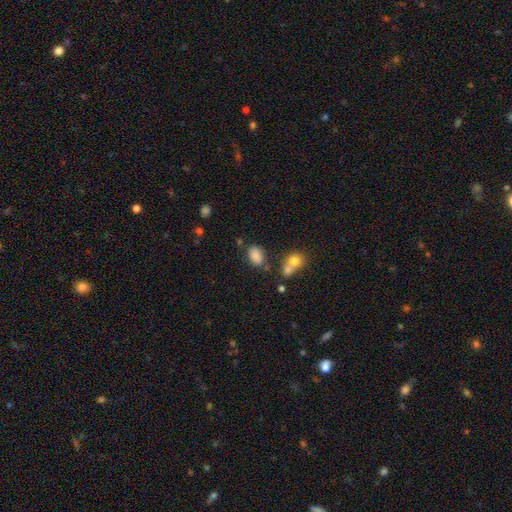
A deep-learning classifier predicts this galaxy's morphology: Smooth or featured? Predicted: smooth (p=0.83). How rounded? Predicted: in between (p=0.86). Merging? Predicted: none (p=0.63).